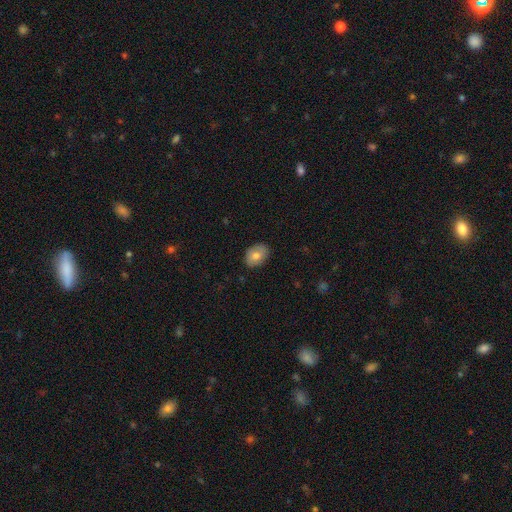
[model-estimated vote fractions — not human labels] This appears to be a smooth galaxy with no disk features (76%) that is in between round and cigar-shaped (77%). Merging: none (83%).